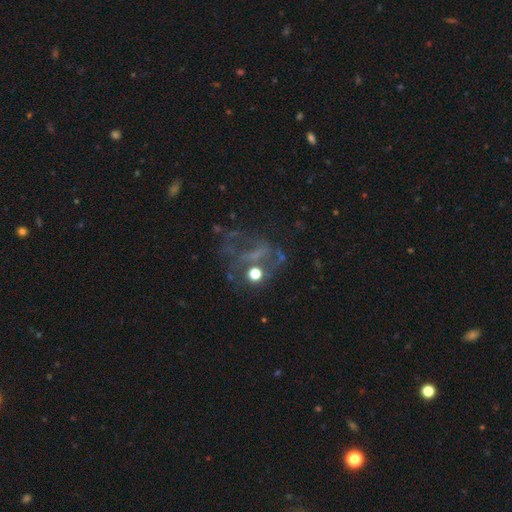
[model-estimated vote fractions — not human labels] Smooth or featured? Predicted: featured or disk (p=0.52). Edge-on disk? Predicted: no (p=0.95). Merging? Predicted: major disturbance (p=0.39).